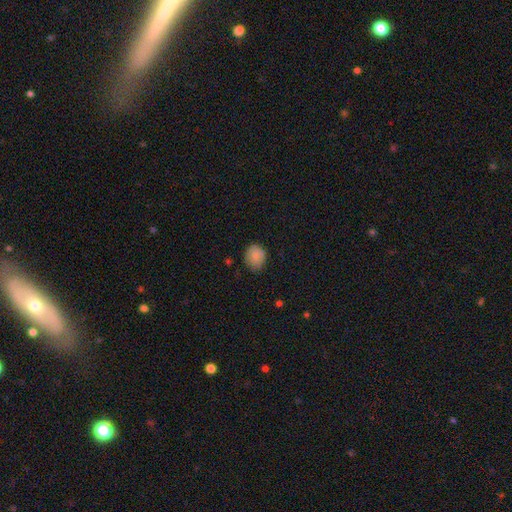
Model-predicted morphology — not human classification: Smooth or featured: smooth — 84% (star or artifact — 8%)
How rounded: round — 65% (in between — 34%)
Merging: none — 74% (minor disturbance — 21%)